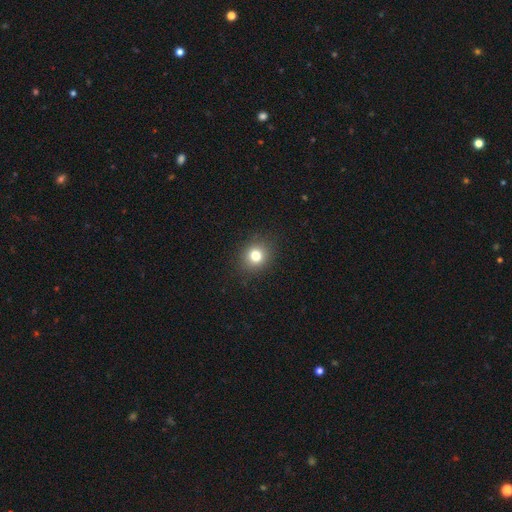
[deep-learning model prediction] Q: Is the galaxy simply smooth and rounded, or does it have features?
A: smooth — 79%.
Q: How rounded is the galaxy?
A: round — 79%.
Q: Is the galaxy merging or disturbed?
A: none — 90%.